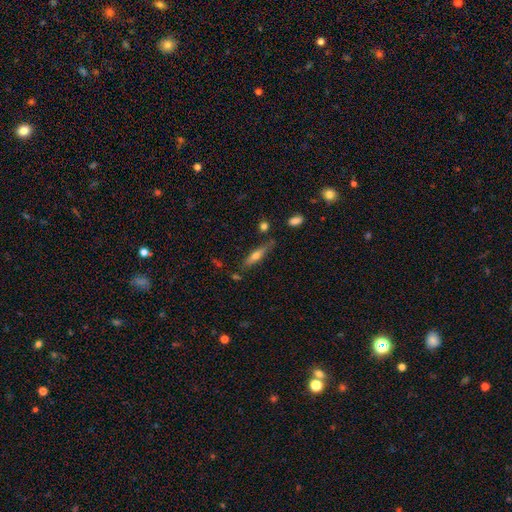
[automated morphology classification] Smooth or featured?
  - smooth: 52% *
  - featured or disk: 40%
  - star or artifact: 8%
How rounded?
  - cigar-shaped: 73% *
  - in between: 25%
  - round: 2%
Merging?
  - none: 70% *
  - minor disturbance: 19%
  - merger: 7%
  - major disturbance: 5%